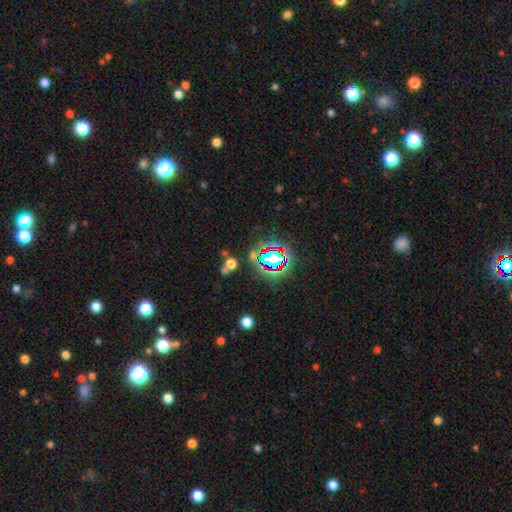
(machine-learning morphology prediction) Smooth or featured? star or artifact (73%)